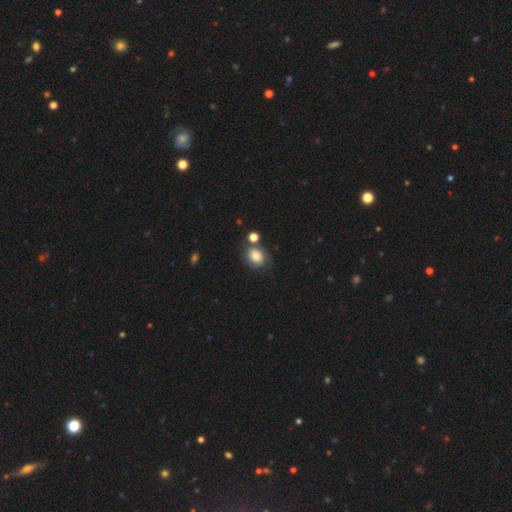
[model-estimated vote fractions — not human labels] Smooth or featured?
  - smooth: 79% *
  - featured or disk: 11%
  - star or artifact: 10%
How rounded?
  - in between: 50% *
  - round: 49%
  - cigar-shaped: 1%
Merging?
  - none: 61% *
  - minor disturbance: 17%
  - merger: 15%
  - major disturbance: 6%